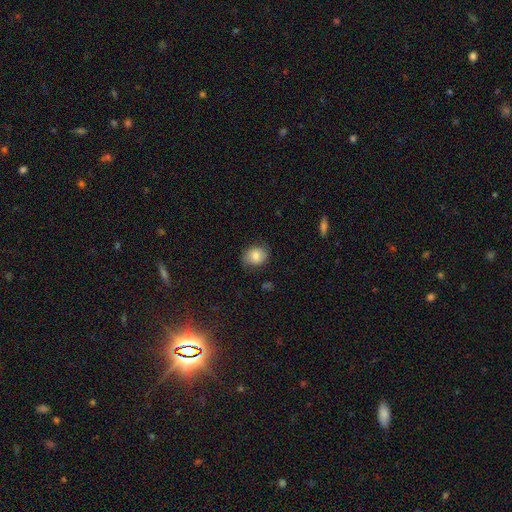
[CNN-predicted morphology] Smooth or featured: smooth — 76% (featured or disk — 15%)
How rounded: round — 56% (in between — 43%)
Merging: none — 73% (minor disturbance — 20%)